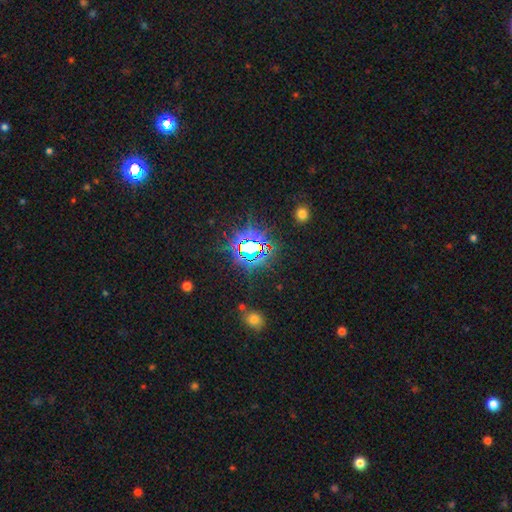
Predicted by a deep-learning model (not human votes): A star or artifact, not a galaxy (80%).